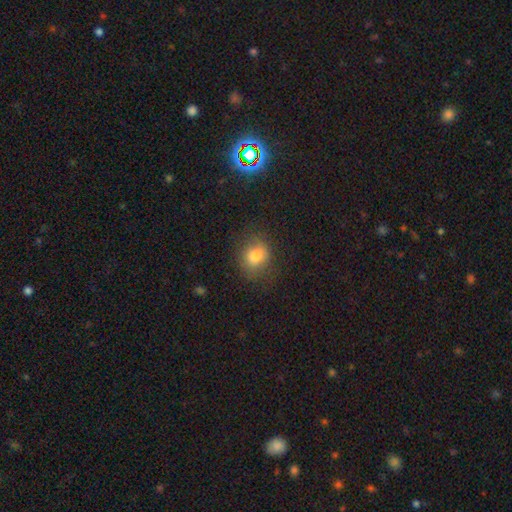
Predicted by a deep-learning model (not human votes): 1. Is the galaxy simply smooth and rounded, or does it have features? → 80% smooth, 11% star or artifact, 8% featured or disk.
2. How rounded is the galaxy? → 63% round, 36% in between, 1% cigar-shaped.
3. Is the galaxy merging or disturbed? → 77% none, 15% minor disturbance, 6% major disturbance, 1% merger.